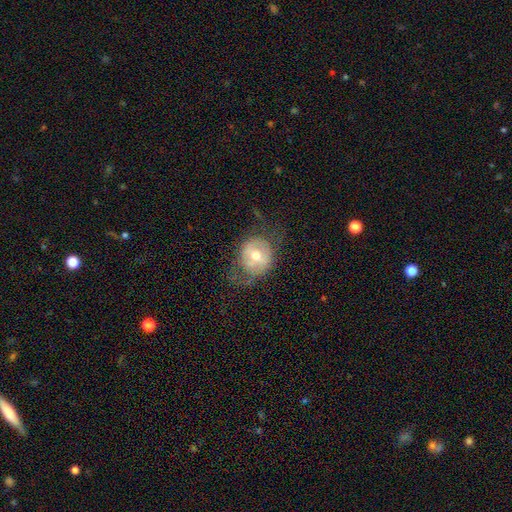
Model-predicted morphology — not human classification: smooth_or_featured: featured or disk (p=0.51) [alt: smooth p=0.42]
disk_edge_on: no (p=0.95) [alt: yes p=0.05]
merging: none (p=0.52) [alt: minor disturbance p=0.24]